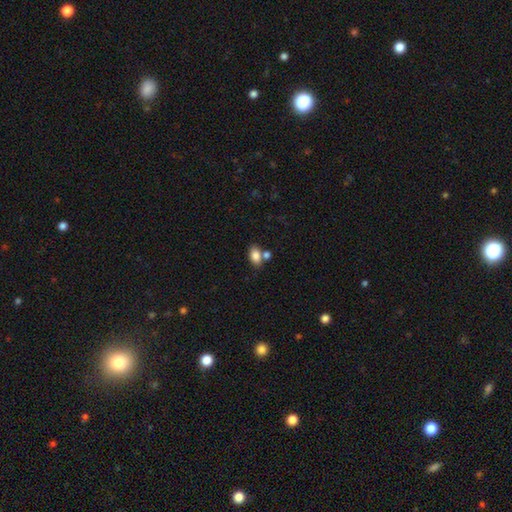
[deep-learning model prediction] Smooth or featured? smooth (83%)
How rounded? in between (86%)
Merging? none (58%)